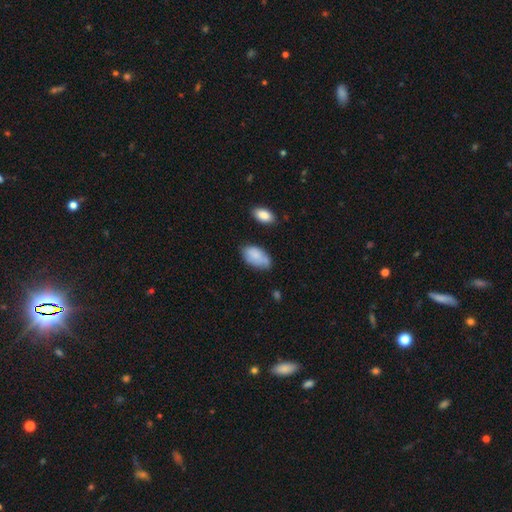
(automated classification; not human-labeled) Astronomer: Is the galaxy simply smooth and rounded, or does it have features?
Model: smooth — 81%.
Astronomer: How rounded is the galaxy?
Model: in between — 94%.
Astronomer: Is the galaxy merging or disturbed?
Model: none — 59%.